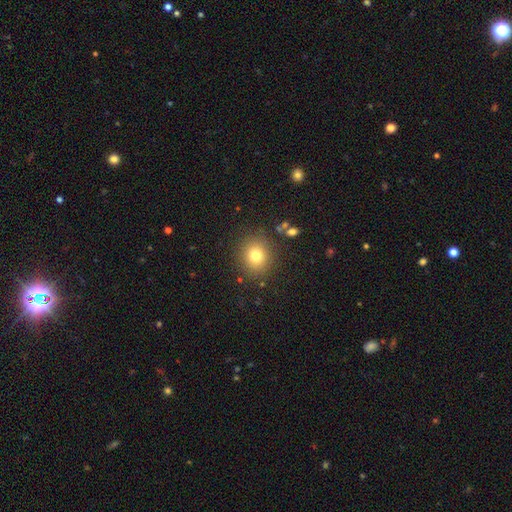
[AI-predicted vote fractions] Morphology: type=smooth (76%); roundness=round (85%); merging=none (87%).